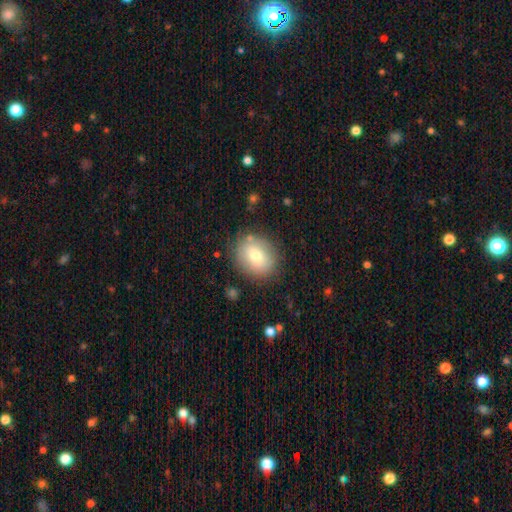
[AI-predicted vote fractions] A smooth galaxy with no disk features (72%) that is round (61%).

Vote fractions:
- Smooth or featured? smooth: 72% / featured or disk: 19% / star or artifact: 10%
- How rounded? round: 61% / in between: 38% / cigar-shaped: 1%
- Merging? none: 82% / minor disturbance: 11% / major disturbance: 4% / merger: 2%